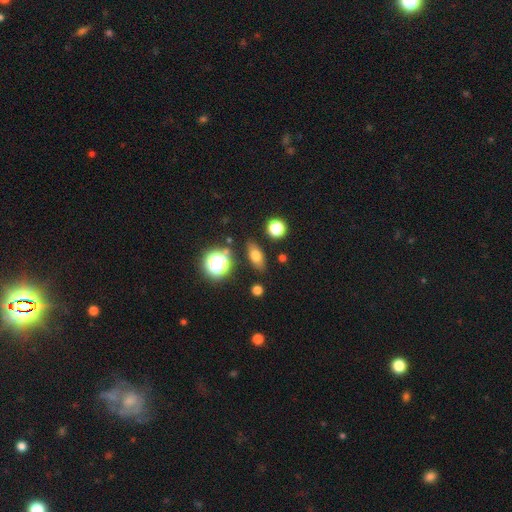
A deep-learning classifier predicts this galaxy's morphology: This appears to be a smooth galaxy with no disk features (68%) that is in between round and cigar-shaped (72%). Merging: none (85%).